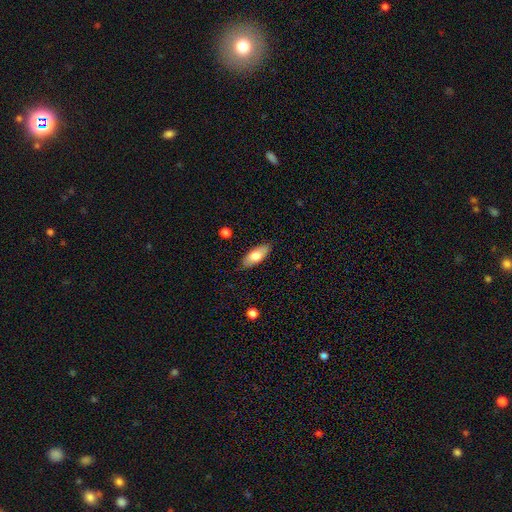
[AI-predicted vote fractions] Smooth or featured? smooth (77%)
How rounded? in between (79%)
Merging? none (84%)